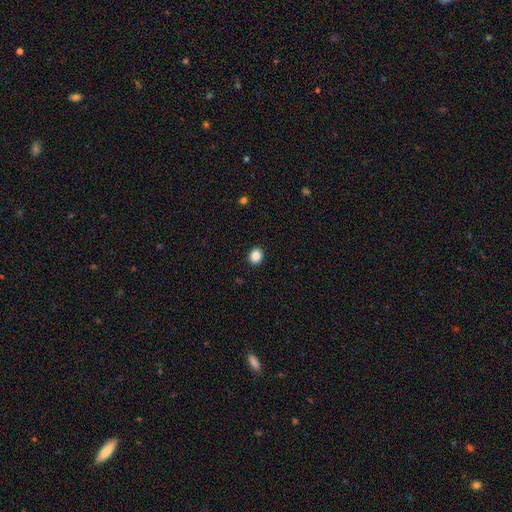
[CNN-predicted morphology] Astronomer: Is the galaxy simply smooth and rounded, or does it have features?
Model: smooth — 88%.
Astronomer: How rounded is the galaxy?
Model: round — 64%.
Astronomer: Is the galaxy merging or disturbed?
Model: none — 92%.